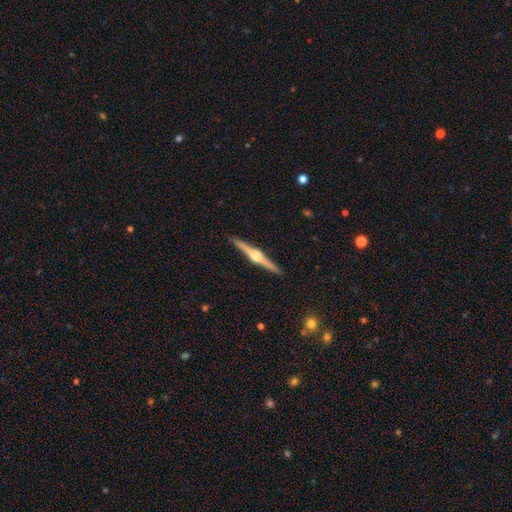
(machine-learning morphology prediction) smooth_or_featured: featured or disk (p=0.86) [alt: smooth p=0.10]
disk_edge_on: yes (p=0.99) [alt: no p=0.01]
edge_on_bulge: rounded (p=0.95) [alt: boxy p=0.03]
merging: none (p=0.93) [alt: minor disturbance p=0.05]